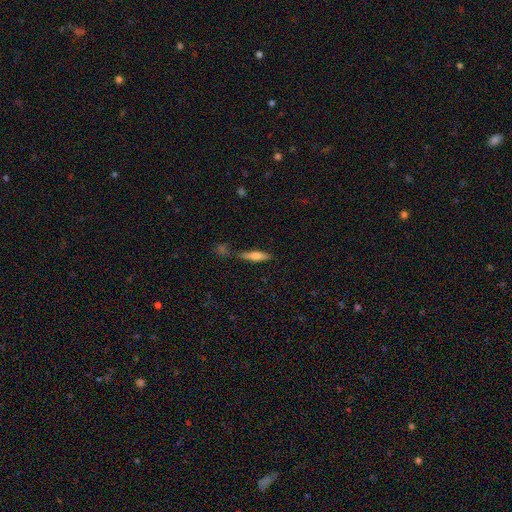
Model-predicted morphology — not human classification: Overall: smooth (64%; featured or disk 29%). How rounded: cigar-shaped (72%). Merging: none (69%).